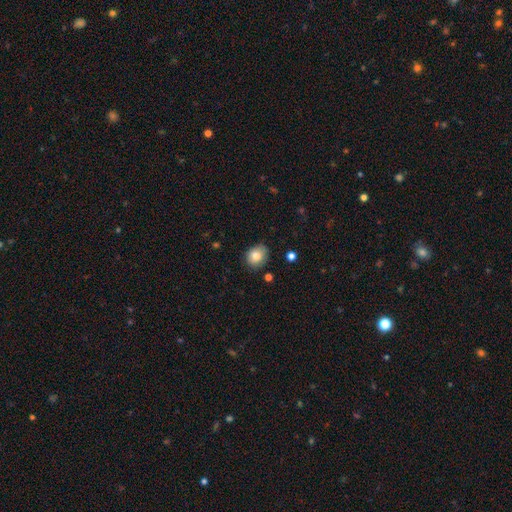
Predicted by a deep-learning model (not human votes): This is clearly a smooth galaxy (82%). How rounded: possibly round (58%). Merging: likely none (78%).